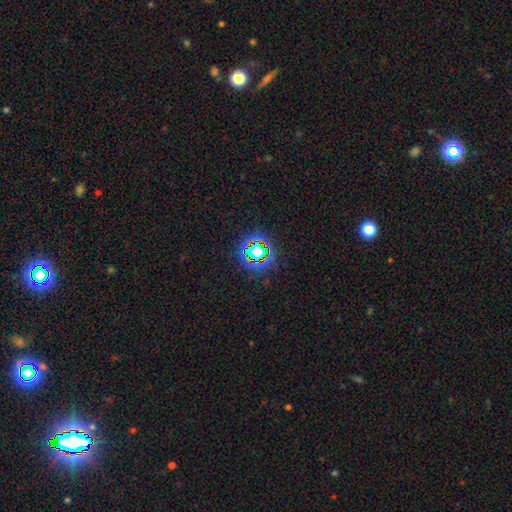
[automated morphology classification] smooth-or-featured: star or artifact: 75% | smooth: 17% | featured or disk: 9%